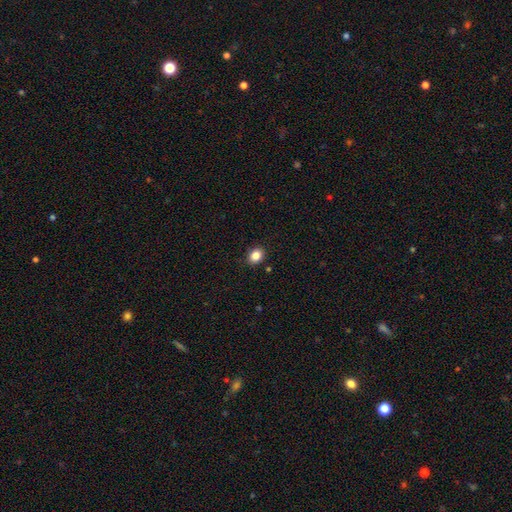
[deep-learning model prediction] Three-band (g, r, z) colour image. It shows a smooth galaxy with no disk features (86%) that is in between round and cigar-shaped (51%). Merging: none (89%).